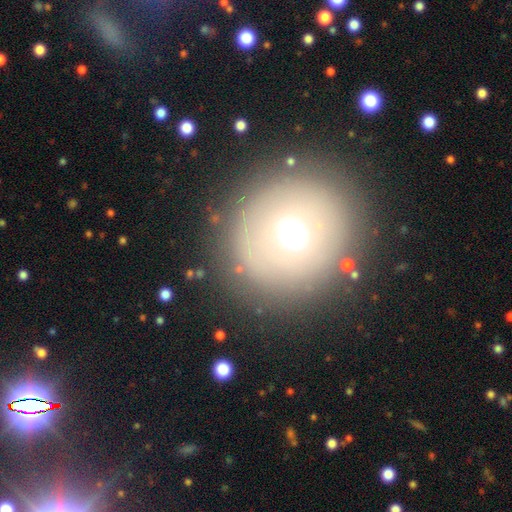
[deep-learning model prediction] Smooth or featured? smooth (48%)
Merging? none (83%)